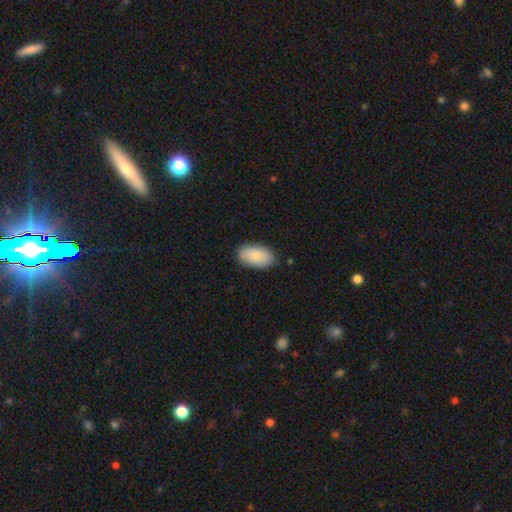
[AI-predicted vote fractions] A smooth galaxy with no disk features (85%) that is in between round and cigar-shaped (95%). Merging: none (82%).